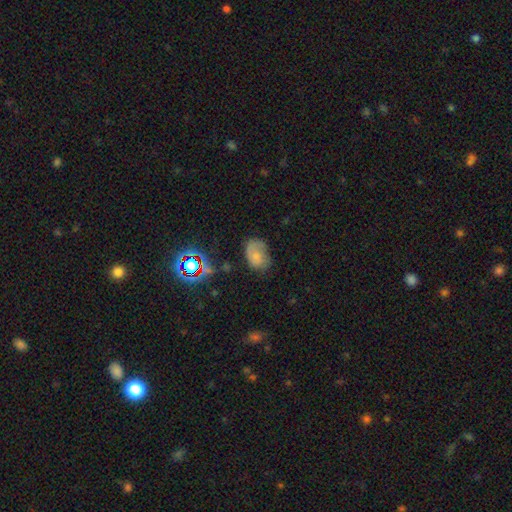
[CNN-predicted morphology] Smooth or featured? smooth (59%)
How rounded? in between (74%)
Merging? none (47%)